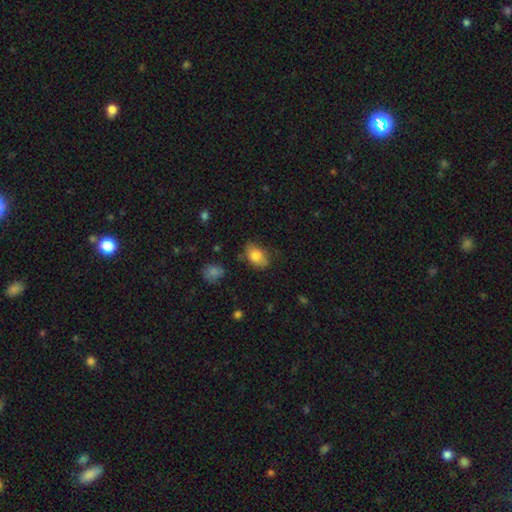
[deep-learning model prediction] Smooth or featured?
  - smooth: 81% *
  - featured or disk: 11%
  - star or artifact: 8%
How rounded?
  - in between: 83% *
  - round: 16%
  - cigar-shaped: 1%
Merging?
  - none: 65% *
  - minor disturbance: 26%
  - major disturbance: 7%
  - merger: 2%